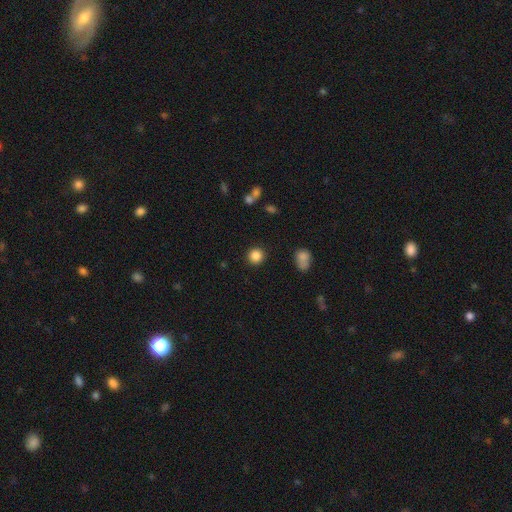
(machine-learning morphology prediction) This is clearly a smooth galaxy (86%). How rounded: clearly round (93%). Merging: clearly none (89%).